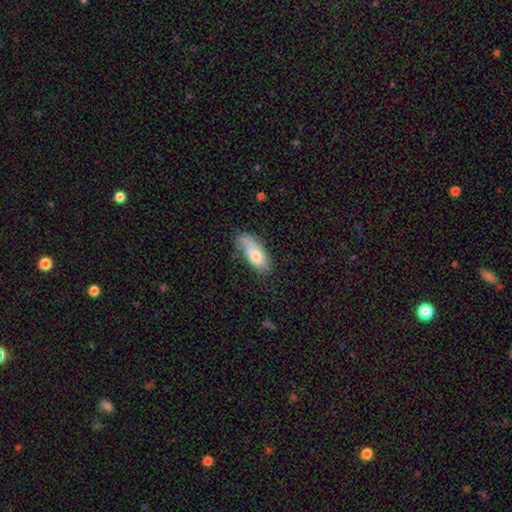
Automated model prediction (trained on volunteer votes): This is likely a smooth galaxy (70%). How rounded: clearly in between (81%). Merging: marginally none (43%).